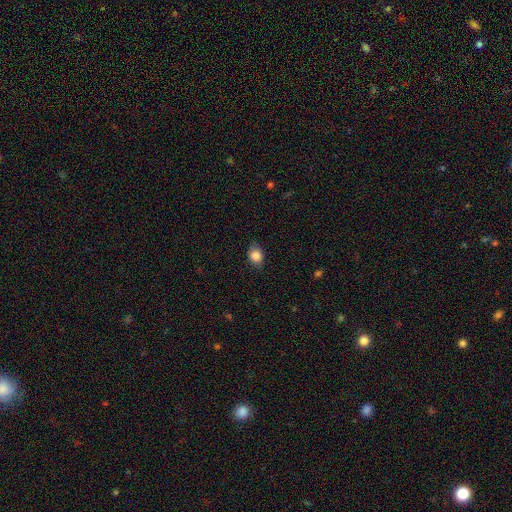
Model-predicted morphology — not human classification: type=smooth (86%); roundness=in between (54%); merging=none (78%).